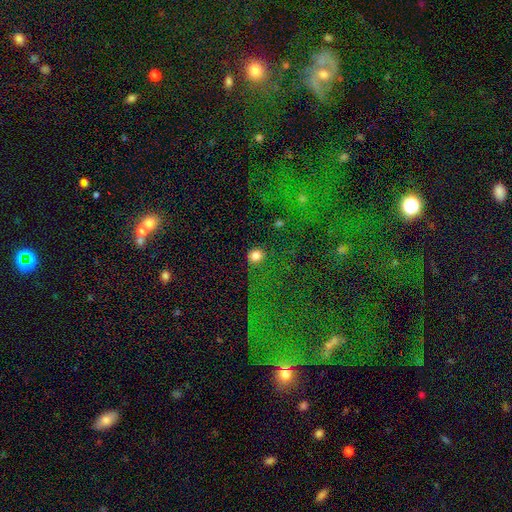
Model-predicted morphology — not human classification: Smooth or featured?
  - smooth: 82% *
  - star or artifact: 12%
  - featured or disk: 6%
How rounded?
  - round: 82% *
  - in between: 17%
  - cigar-shaped: 1%
Merging?
  - none: 78% *
  - minor disturbance: 12%
  - major disturbance: 6%
  - merger: 3%